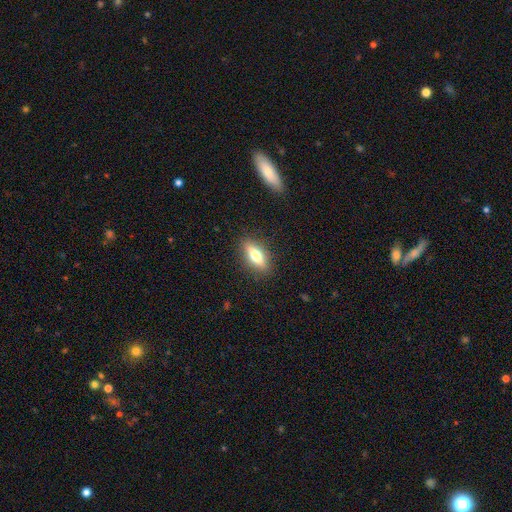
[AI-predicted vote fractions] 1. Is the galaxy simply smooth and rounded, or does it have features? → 56% smooth, 36% featured or disk, 8% star or artifact.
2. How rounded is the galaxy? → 63% in between, 32% cigar-shaped, 5% round.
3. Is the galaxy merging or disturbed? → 87% none, 9% minor disturbance, 3% major disturbance, 1% merger.